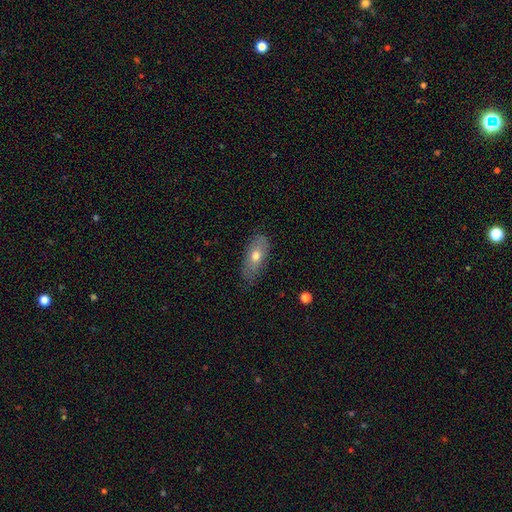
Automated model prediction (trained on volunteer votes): The model was most divided on "smooth or featured": smooth: 59%, featured or disk: 33%, star or artifact: 8%. More confident: how rounded — in between (78%); merging — none (75%).